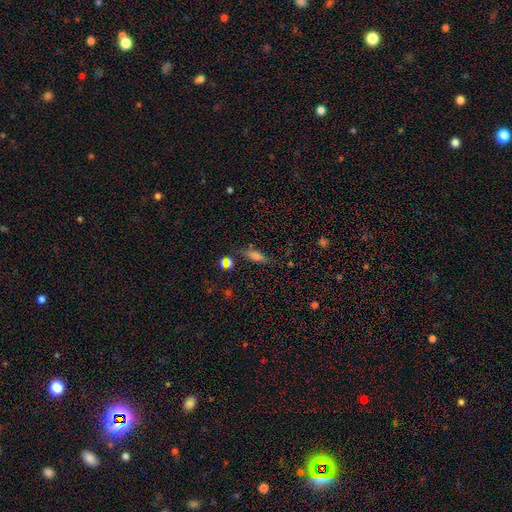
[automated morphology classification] smooth 57%, featured or disk 25%, star or artifact 19%. Down the decision tree: how rounded — in between (49%); merging — none (72%).